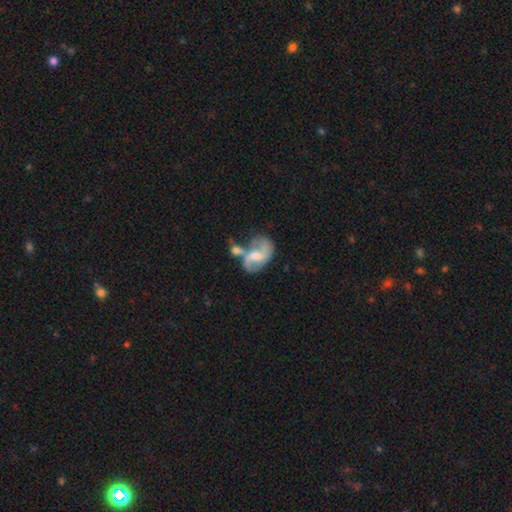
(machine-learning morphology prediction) The model was most divided on "merging": merger: 38%, none: 30%, minor disturbance: 17%, major disturbance: 16%. Remaining: edge-on disk — no (97%); spiral arms — yes (84%); spiral arm count — 2 (84%); smooth or featured — featured or disk (73%); bar — weak (50%); spiral winding — loose (49%); bulge size — moderate (44%).